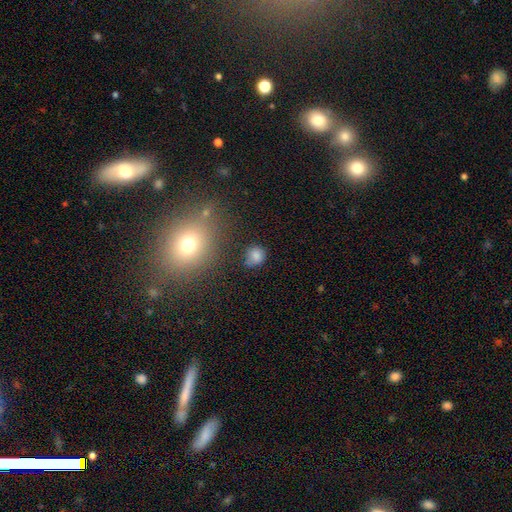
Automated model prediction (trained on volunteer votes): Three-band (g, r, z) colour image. It shows a smooth galaxy with no disk features (80%) that is round (76%). Merging: none (71%).